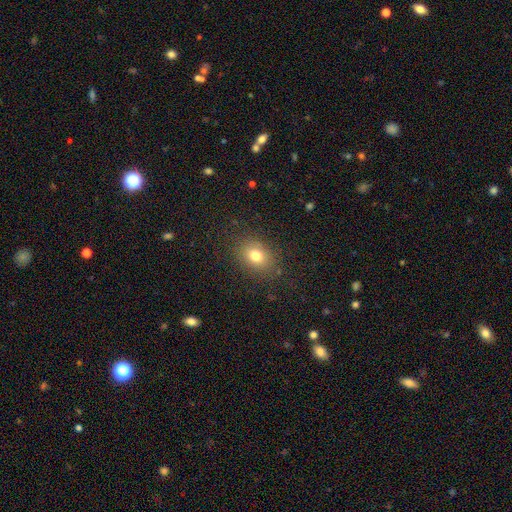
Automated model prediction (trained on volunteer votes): smooth_or_featured: smooth (p=0.79) [alt: star or artifact p=0.12]
how_rounded: in between (p=0.60) [alt: round p=0.39]
merging: none (p=0.84) [alt: minor disturbance p=0.11]